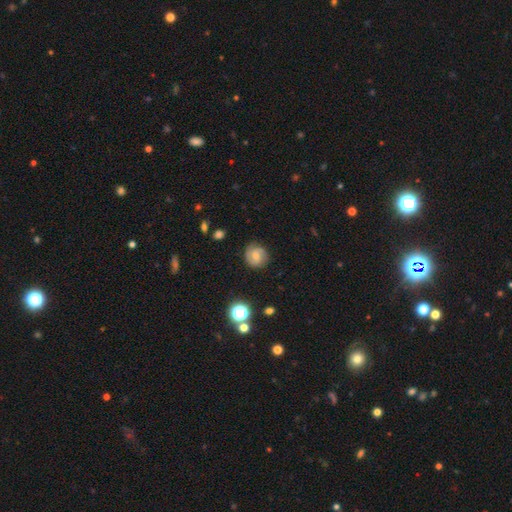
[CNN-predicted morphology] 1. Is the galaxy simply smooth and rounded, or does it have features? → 48% smooth, 41% featured or disk, 11% star or artifact.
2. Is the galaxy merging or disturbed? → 79% none, 15% minor disturbance, 4% major disturbance, 1% merger.